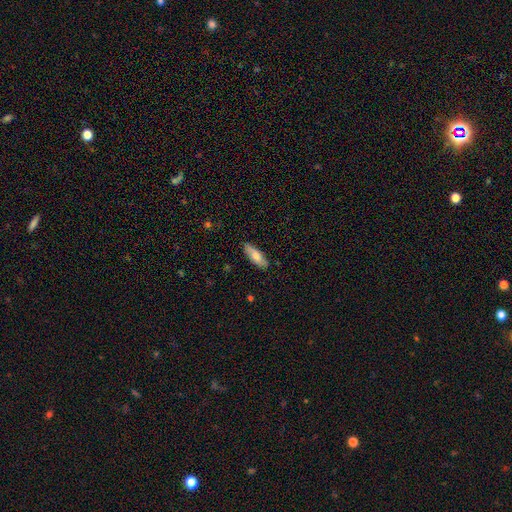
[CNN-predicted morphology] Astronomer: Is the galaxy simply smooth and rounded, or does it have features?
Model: smooth — 75%.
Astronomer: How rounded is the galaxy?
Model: in between — 61% (runner-up: cigar-shaped, 37%).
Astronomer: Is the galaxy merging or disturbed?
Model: none — 85%.